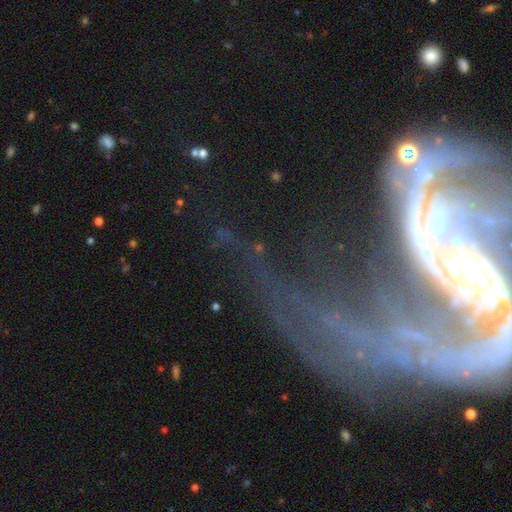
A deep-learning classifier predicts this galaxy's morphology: This appears to be a featured or disk galaxy (84%) with no bar (44%), 2 (64%) loose (40%) spiral arms (91%) and a small central bulge (62%). Merging: none (37%).